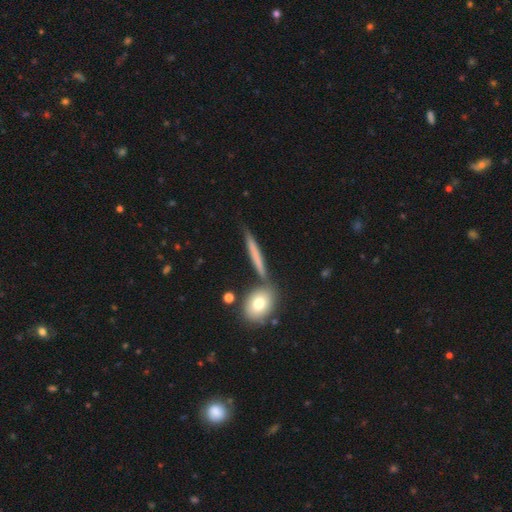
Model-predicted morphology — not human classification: A smooth galaxy with no disk features (58%) that is cigar-shaped (89%). Merging: none (79%).